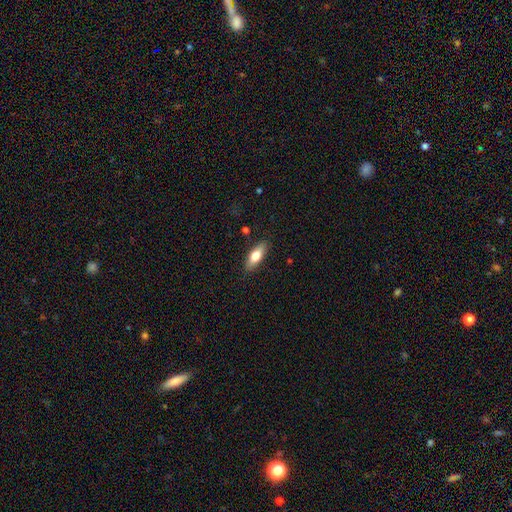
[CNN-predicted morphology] The model was most divided on "smooth or featured": smooth: 69%, featured or disk: 25%, star or artifact: 6%. More confident: merging — none (85%); how rounded — in between (70%).